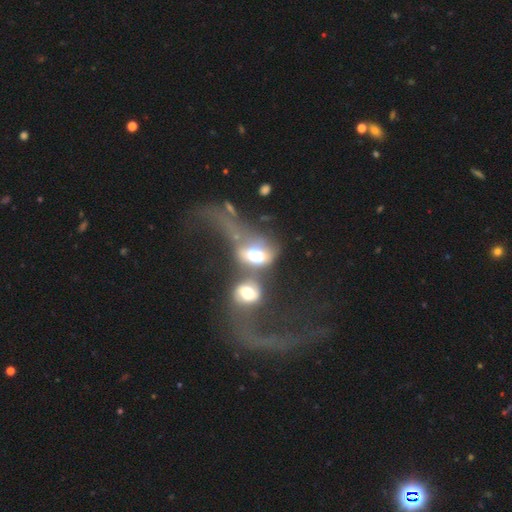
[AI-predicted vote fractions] Smooth or featured? smooth (50%)
How rounded? in between (72%)
Merging? merger (63%)